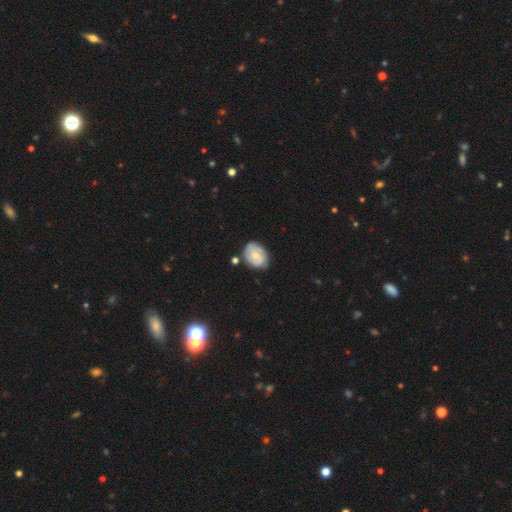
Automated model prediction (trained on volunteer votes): The model was most divided on "bulge size": small: 48%, moderate: 46%, none: 3%, large: 2%, dominant: 1%. Remaining: edge-on disk — no (97%); spiral arms — yes (88%); merging — none (72%); smooth or featured — featured or disk (64%); spiral winding — tight (63%); bar — no (62%); spiral arm count — 2 (47%).